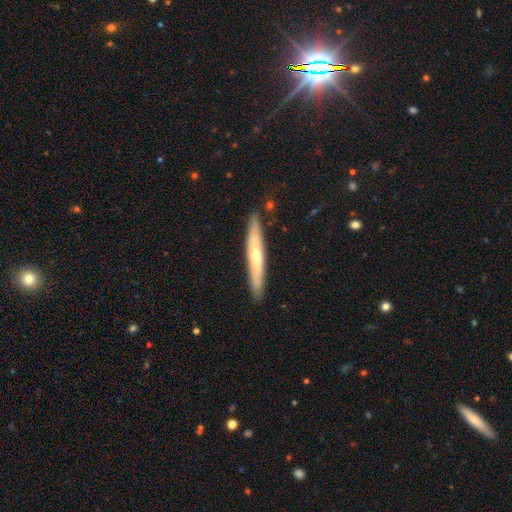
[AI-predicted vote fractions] This appears to be a featured or disk galaxy (49%). Merging: none (89%).